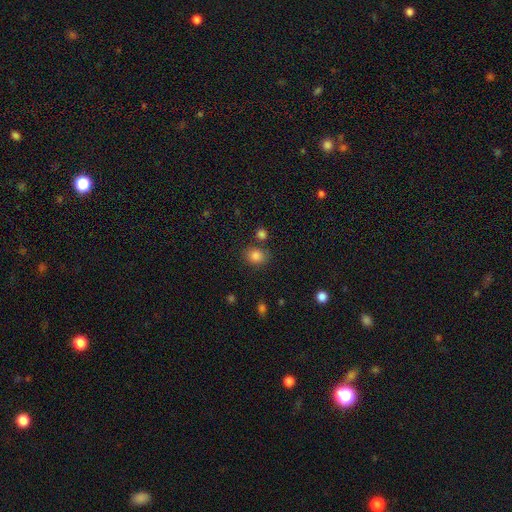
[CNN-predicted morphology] type=smooth (84%); roundness=round (58%); merging=none (75%).